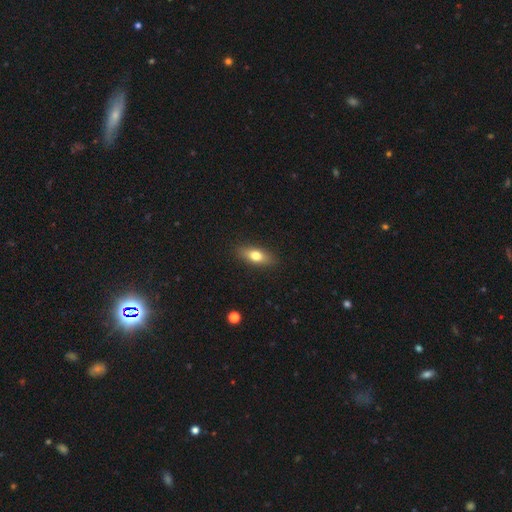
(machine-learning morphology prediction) A smooth galaxy with no disk features (72%) that is in between round and cigar-shaped (73%). Merging: none (88%).